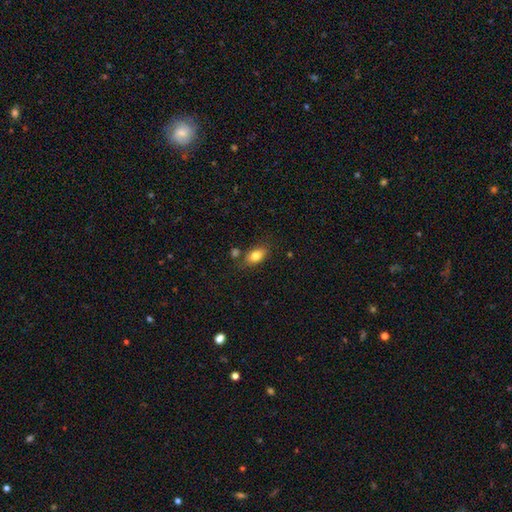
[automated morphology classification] The model was most divided on "merging": none: 71%, minor disturbance: 15%, merger: 10%, major disturbance: 4%. More confident: how rounded — in between (85%); smooth or featured — smooth (81%).